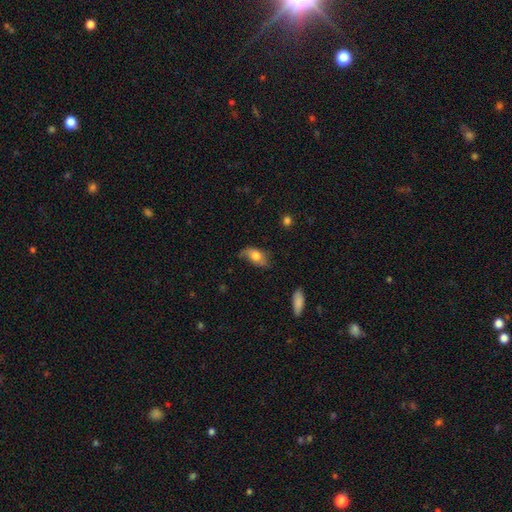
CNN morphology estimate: type=smooth (66%); roundness=in between (88%); merging=none (45%).